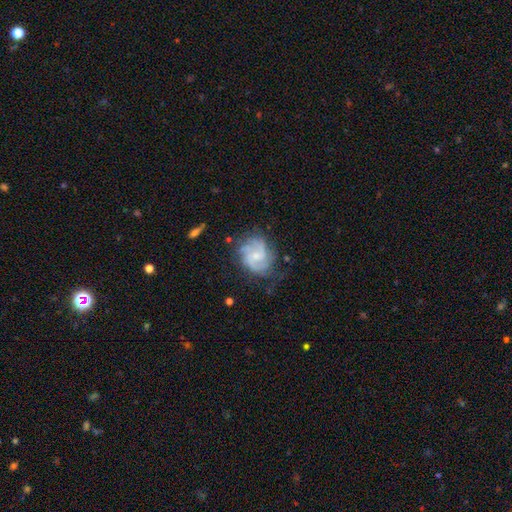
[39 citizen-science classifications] smooth-or-featured: featured or disk: 90% | star or artifact: 8% | smooth: 3%
  disk-edge-on: no: 97% | yes: 3%
    bar: no: 53% | weak: 38% | strong: 9%
    has-spiral-arms: yes: 97% | no: 3%
      spiral-winding: medium: 55% | tight: 27% | loose: 18%
      spiral-arm-count: 2: 58% | 3: 27% | can't tell: 12% | more than 4: 3% | 1: 0% | 4: 0%
    bulge-size: small: 44% | moderate: 35% | none: 18% | large: 3% | dominant: 0%
  merging: none: 69% | major disturbance: 19% | minor disturbance: 11% | merger: 0%